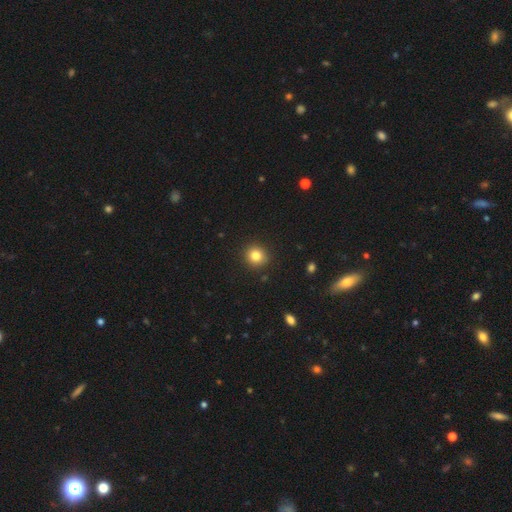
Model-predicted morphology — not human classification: Q: Smooth or featured?
A: smooth (83%); runner-up: star or artifact (11%)
Q: How rounded?
A: round (88%); runner-up: in between (11%)
Q: Merging?
A: none (91%); runner-up: minor disturbance (6%)